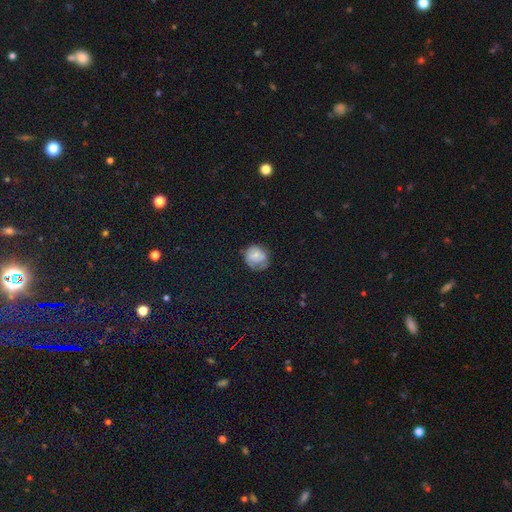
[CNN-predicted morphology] This is likely a smooth galaxy (64%). How rounded: likely round (77%). Merging: possibly none (56%).